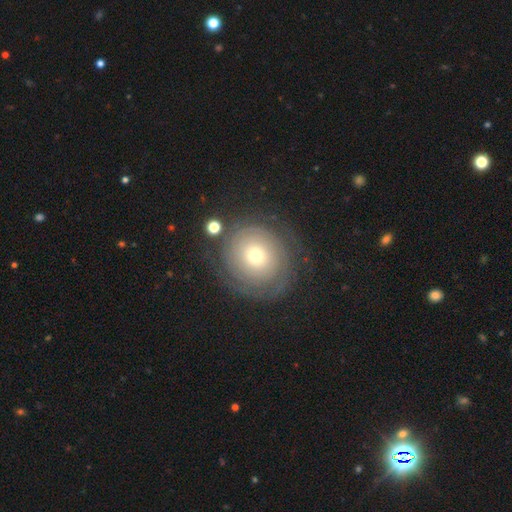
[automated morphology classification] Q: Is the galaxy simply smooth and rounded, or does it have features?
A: featured or disk — 64%.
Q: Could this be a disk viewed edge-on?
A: no — 97%.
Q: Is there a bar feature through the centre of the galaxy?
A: no — 87%.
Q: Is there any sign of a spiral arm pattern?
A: yes — 81%.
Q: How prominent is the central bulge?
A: moderate — 47%.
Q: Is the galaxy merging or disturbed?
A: none — 76%.